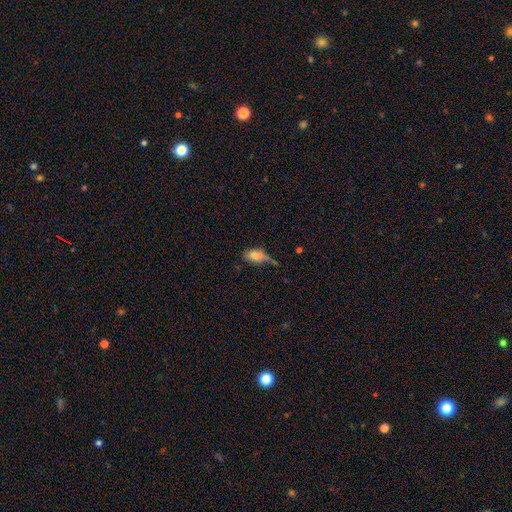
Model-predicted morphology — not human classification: smooth_or_featured: smooth (p=0.72) [alt: featured or disk p=0.18]
how_rounded: in between (p=0.85) [alt: round p=0.08]
merging: major disturbance (p=0.33) [alt: minor disturbance p=0.28]